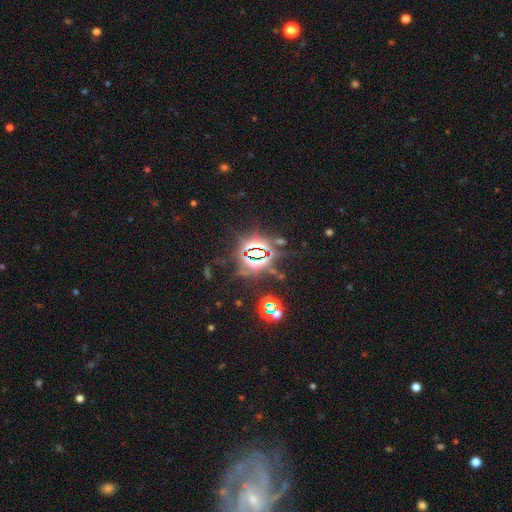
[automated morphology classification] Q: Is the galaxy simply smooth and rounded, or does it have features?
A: star or artifact — 82%.